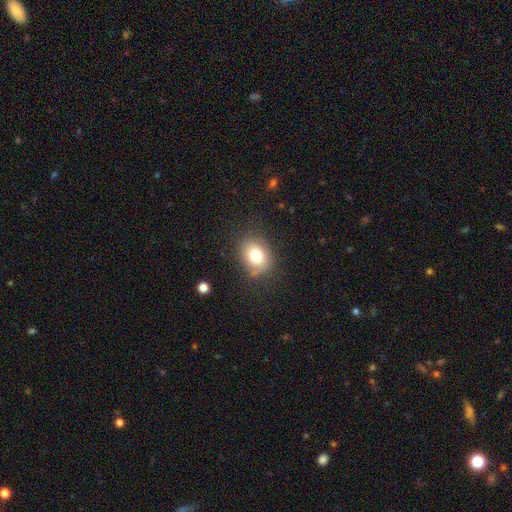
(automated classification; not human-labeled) Morphology: type=smooth (75%); roundness=in between (54%); merging=none (77%).